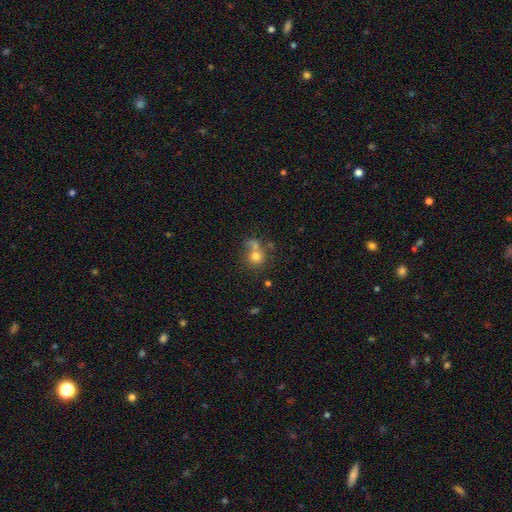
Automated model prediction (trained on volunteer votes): Overall: smooth (70%). How rounded: round (82%). Merging: none (42%; merger 37%).